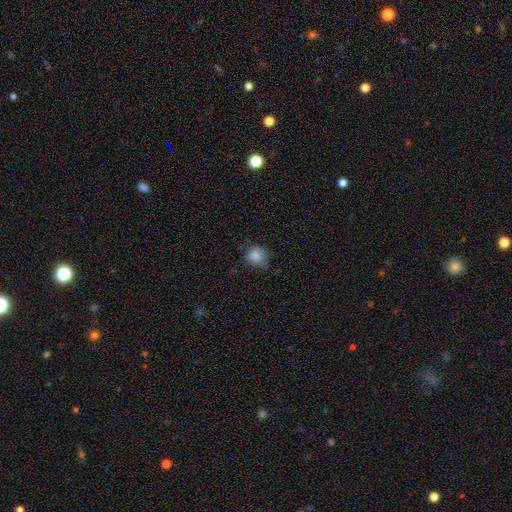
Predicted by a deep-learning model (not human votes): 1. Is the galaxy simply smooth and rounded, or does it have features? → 83% smooth, 10% star or artifact, 7% featured or disk.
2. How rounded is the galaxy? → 74% round, 25% in between, 1% cigar-shaped.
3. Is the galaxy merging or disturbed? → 59% none, 31% minor disturbance, 9% major disturbance, 2% merger.